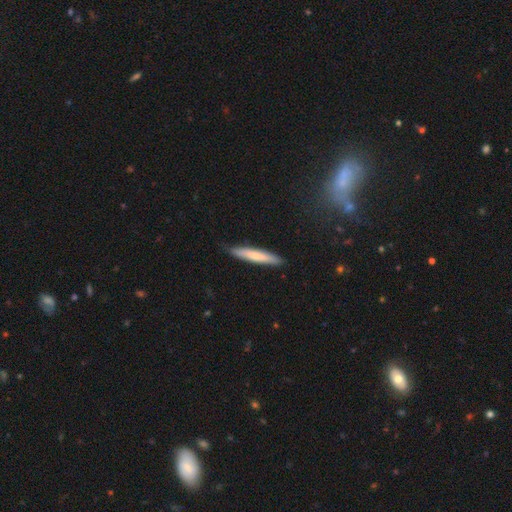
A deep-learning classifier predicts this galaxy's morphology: The model was most divided on "smooth or featured": smooth: 70%, featured or disk: 25%, star or artifact: 5%. More confident: how rounded — cigar-shaped (92%); merging — none (84%).